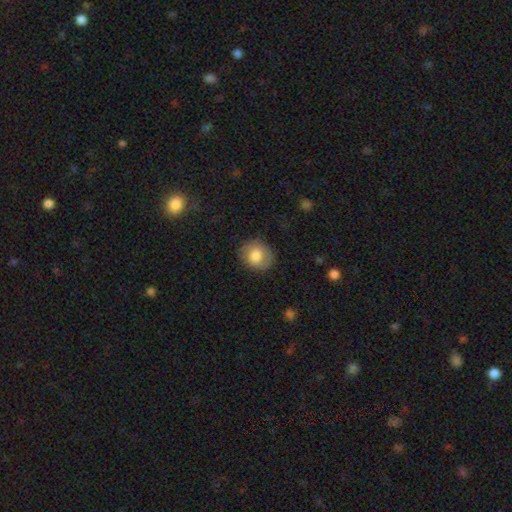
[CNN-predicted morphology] Smooth or featured?
  - smooth: 75% *
  - featured or disk: 17%
  - star or artifact: 8%
How rounded?
  - round: 77% *
  - in between: 22%
  - cigar-shaped: 1%
Merging?
  - none: 80% *
  - minor disturbance: 15%
  - major disturbance: 4%
  - merger: 1%